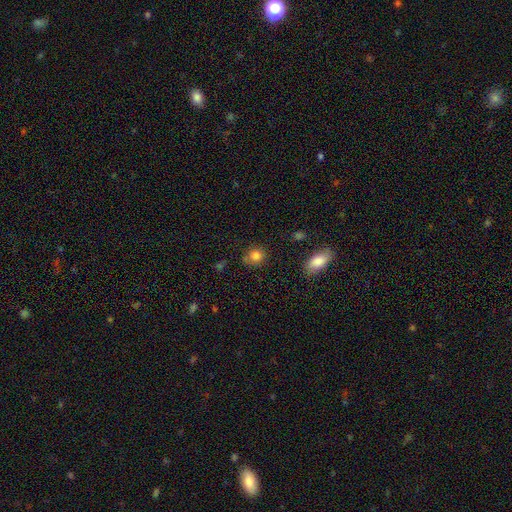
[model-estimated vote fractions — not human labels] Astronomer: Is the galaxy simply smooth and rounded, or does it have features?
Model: smooth — 83%.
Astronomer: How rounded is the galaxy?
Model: round — 78%.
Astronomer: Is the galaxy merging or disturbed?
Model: none — 75%.